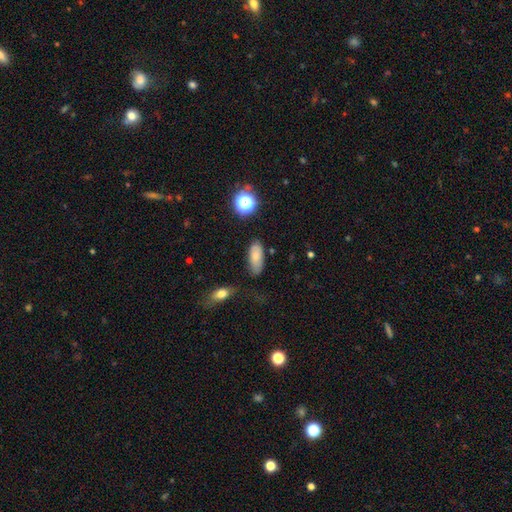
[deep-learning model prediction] Smooth or featured? Predicted: smooth (p=0.77). How rounded? Predicted: in between (p=0.85). Merging? Predicted: none (p=0.70).